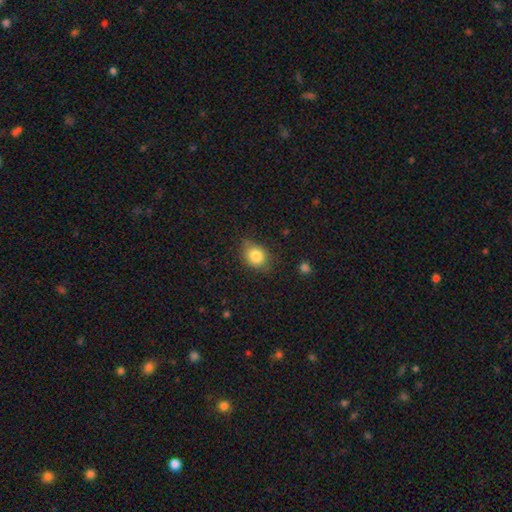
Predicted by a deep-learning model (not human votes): This appears to be a smooth galaxy with no disk features (82%) that is round (50%). Merging: none (73%).